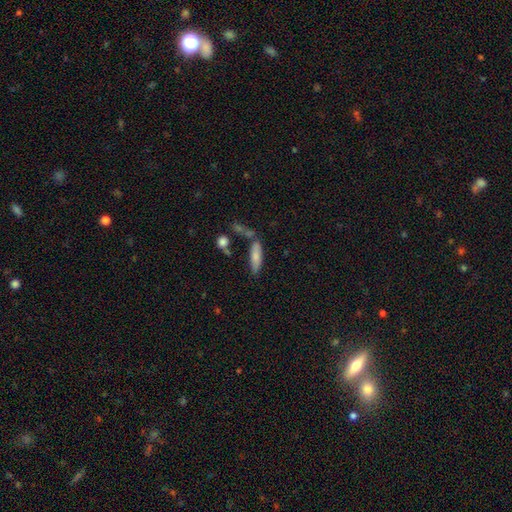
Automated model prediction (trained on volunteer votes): Smooth or featured?
  - smooth: 78% *
  - featured or disk: 16%
  - star or artifact: 7%
How rounded?
  - cigar-shaped: 53% *
  - in between: 45%
  - round: 2%
Merging?
  - none: 62% *
  - minor disturbance: 18%
  - merger: 13%
  - major disturbance: 6%